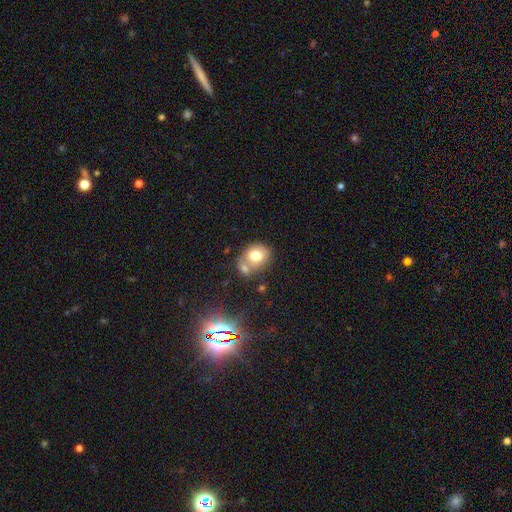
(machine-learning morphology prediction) This appears to be a smooth galaxy with no disk features (74%) that is round (57%). Merging: none (41%).